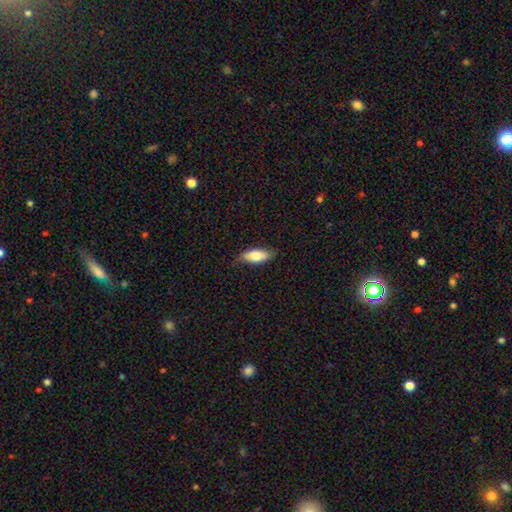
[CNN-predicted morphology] This is likely a smooth galaxy (75%). How rounded: likely in between (80%). Merging: likely none (79%).